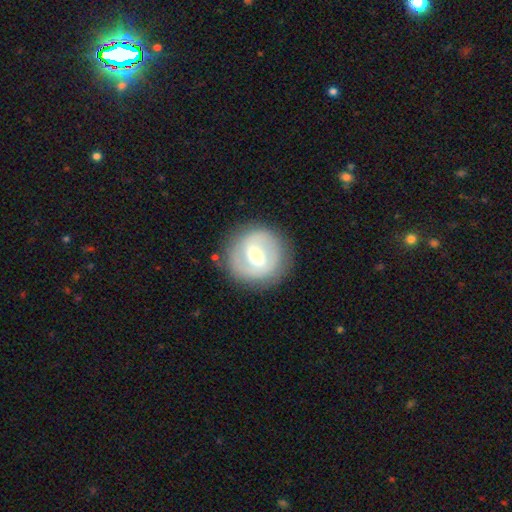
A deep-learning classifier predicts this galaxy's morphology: Smooth or featured?
  - featured or disk: 62% *
  - smooth: 32%
  - star or artifact: 6%
Edge-on disk?
  - no: 96% *
  - yes: 4%
Bar?
  - weak: 48% *
  - strong: 38%
  - no: 14%
Spiral arms?
  - yes: 63% *
  - no: 37%
Bulge size?
  - moderate: 59% *
  - small: 31%
  - large: 7%
  - none: 1%
  - dominant: 1%
Merging?
  - none: 82% *
  - minor disturbance: 11%
  - major disturbance: 5%
  - merger: 2%